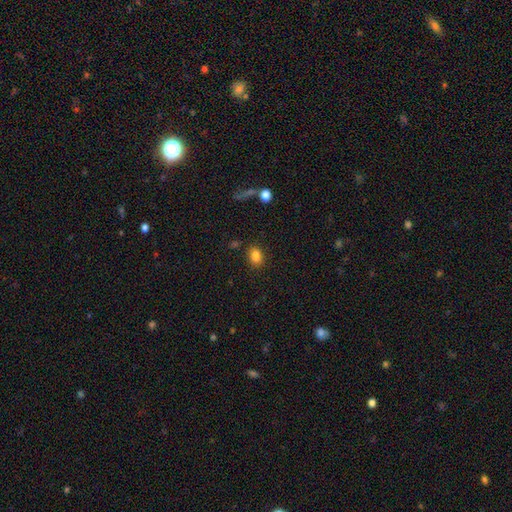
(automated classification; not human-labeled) smooth-or-featured: smooth: 83% | star or artifact: 11% | featured or disk: 5%
  how-rounded: in between: 62% | round: 37% | cigar-shaped: 1%
  merging: none: 82% | minor disturbance: 11% | merger: 3% | major disturbance: 3%